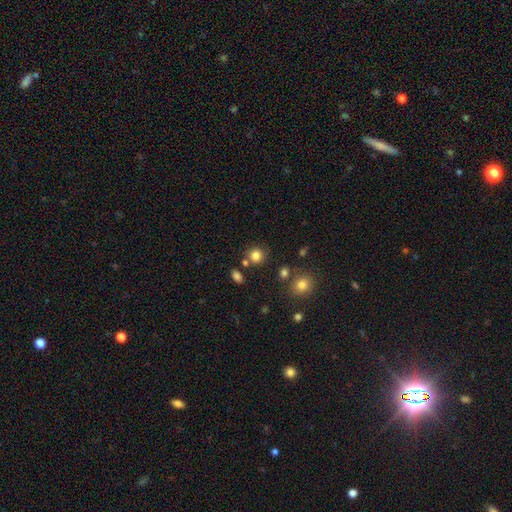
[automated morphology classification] smooth_or_featured: smooth (p=0.82) [alt: star or artifact p=0.13]
how_rounded: round (p=0.87) [alt: in between p=0.12]
merging: none (p=0.78) [alt: merger p=0.10]